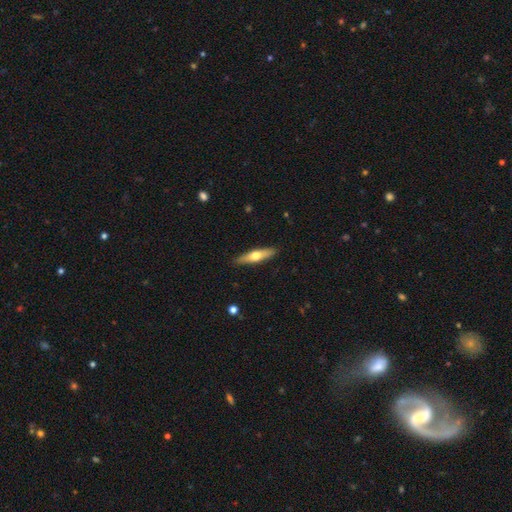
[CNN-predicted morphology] This is possibly a smooth galaxy (50%). Merging: clearly none (90%).